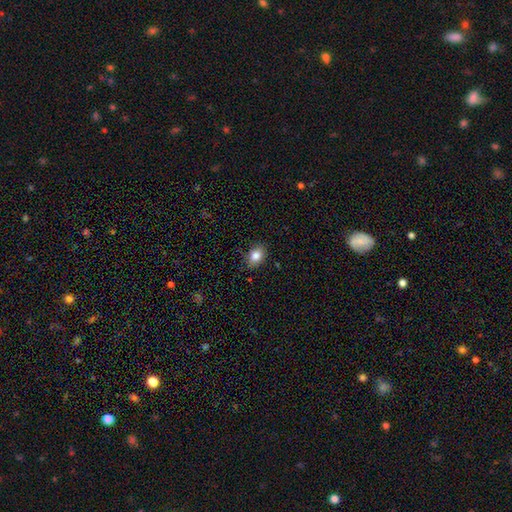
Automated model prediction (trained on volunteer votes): A smooth galaxy with no disk features (83%) that is in between round and cigar-shaped (74%). Merging: none (84%).